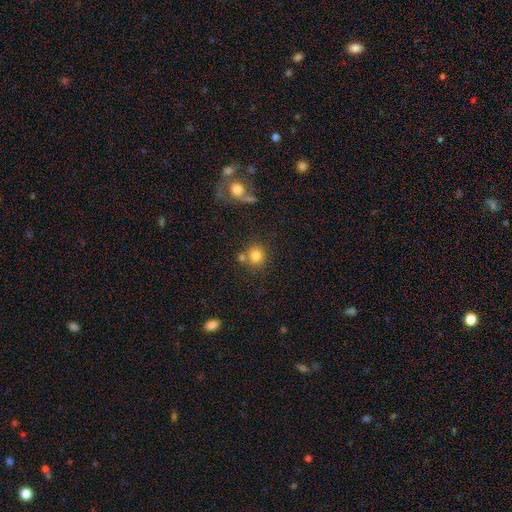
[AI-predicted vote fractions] This appears to be a smooth galaxy with no disk features (82%) that is round (87%). Merging: none (67%).